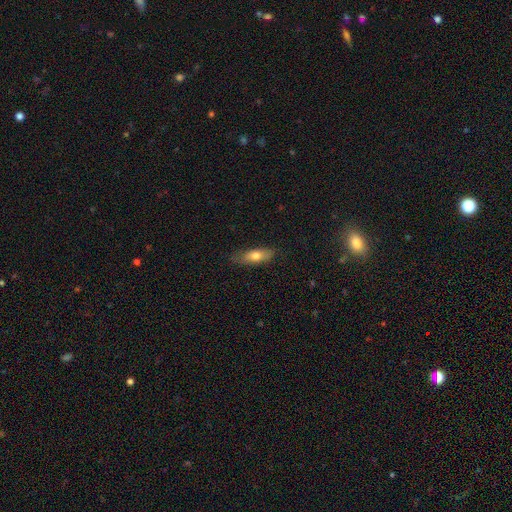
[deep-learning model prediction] This is likely a smooth galaxy (71%). How rounded: likely in between (62%). Merging: likely none (76%).